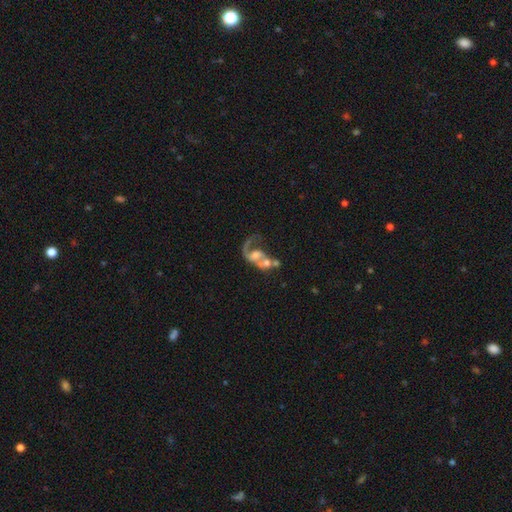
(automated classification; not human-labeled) This appears to be a featured or disk galaxy (70%) with no bar (64%), 1 (66%) loose (63%) spiral arms (75%) and a moderate central bulge (41%). Merging: merger (52%).